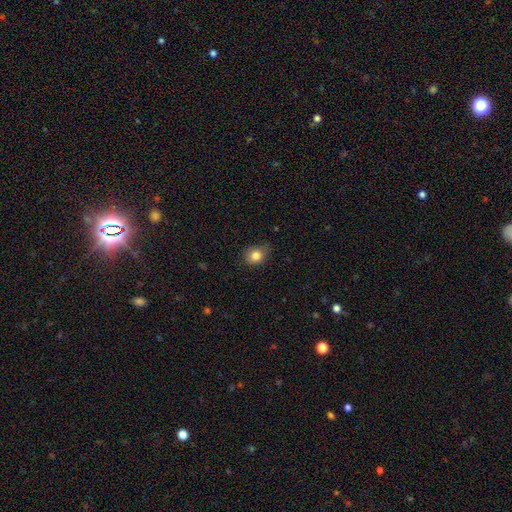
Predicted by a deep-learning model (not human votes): smooth-or-featured: smooth: 82% | star or artifact: 10% | featured or disk: 8%
  how-rounded: round: 64% | in between: 35% | cigar-shaped: 1%
  merging: none: 64% | minor disturbance: 29% | major disturbance: 6% | merger: 1%